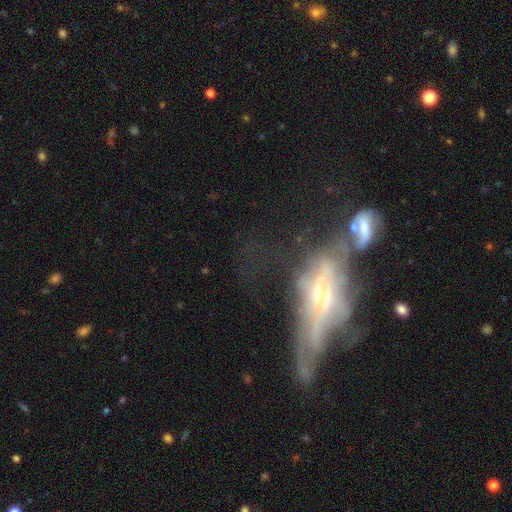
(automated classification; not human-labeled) featured or disk 67%, smooth 18%, star or artifact 15%. Down the decision tree: edge-on disk — no (56%); merging — major disturbance (32%).